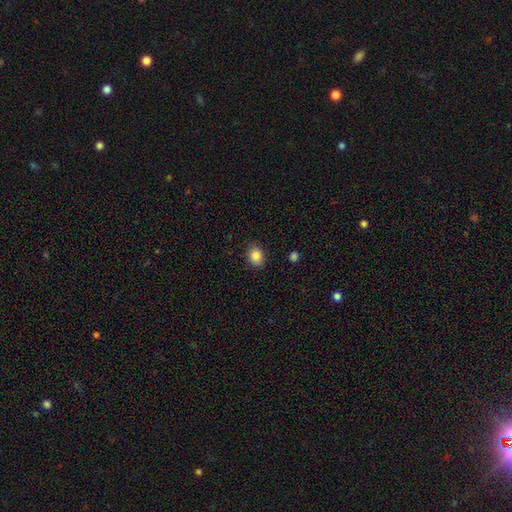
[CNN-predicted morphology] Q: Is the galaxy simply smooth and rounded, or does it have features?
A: smooth — 86%.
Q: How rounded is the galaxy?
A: in between — 54%.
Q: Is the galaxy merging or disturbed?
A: none — 86%.